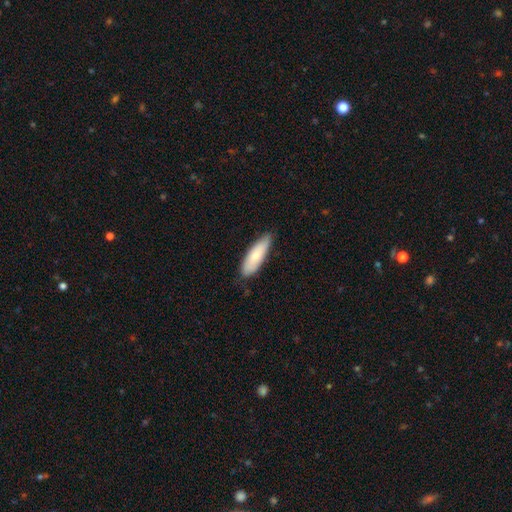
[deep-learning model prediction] Morphology: type=smooth (72%); roundness=in between (52%); merging=none (77%).